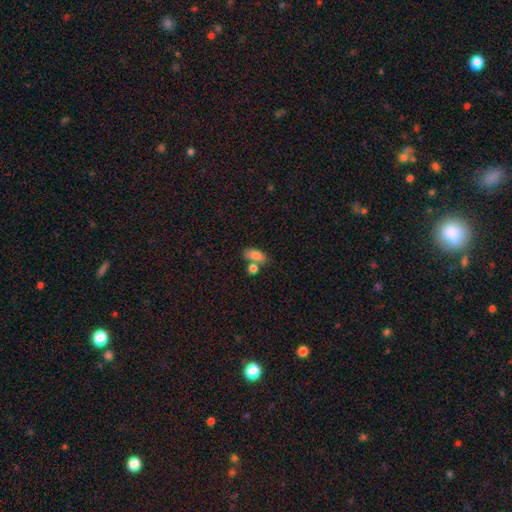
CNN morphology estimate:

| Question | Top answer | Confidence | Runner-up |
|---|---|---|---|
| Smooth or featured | smooth | 83% | featured or disk (9%) |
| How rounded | in between | 86% | cigar-shaped (8%) |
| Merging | none | 52% | merger (31%) |